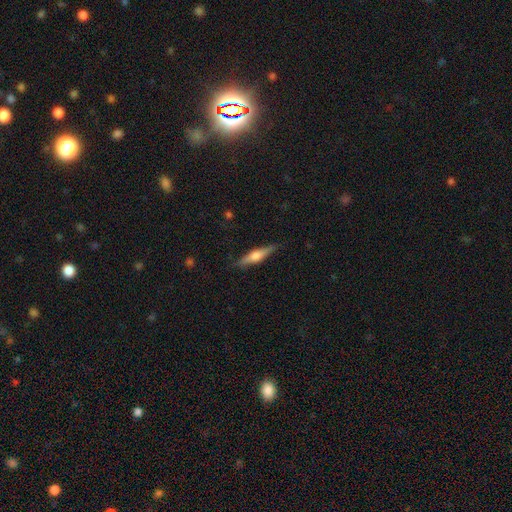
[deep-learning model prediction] Morphology: type=featured or disk (58%); edge-on=yes (96%); edge-on bulge=rounded (88%); merging=none (87%).